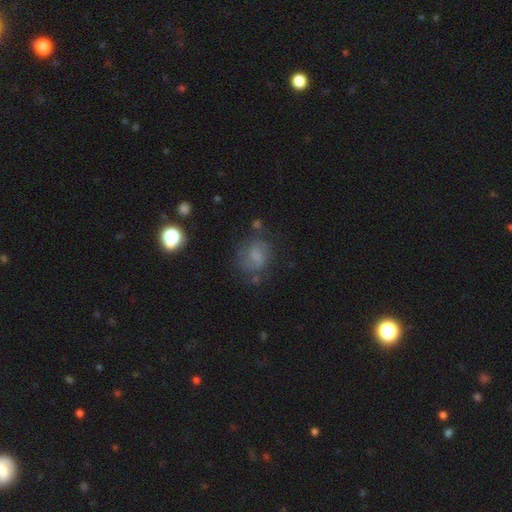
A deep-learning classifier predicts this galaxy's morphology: Smooth or featured?
  - smooth: 56% *
  - featured or disk: 29%
  - star or artifact: 15%
How rounded?
  - round: 64% *
  - in between: 35%
  - cigar-shaped: 1%
Merging?
  - none: 62% *
  - minor disturbance: 22%
  - major disturbance: 12%
  - merger: 4%